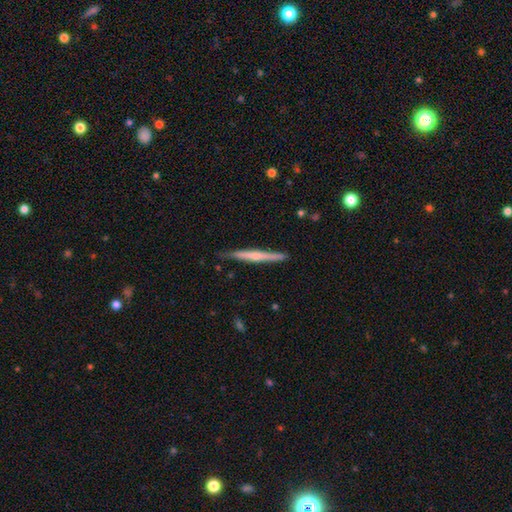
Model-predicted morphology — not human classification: Smooth or featured? Predicted: featured or disk (p=0.56). Edge-on disk? Predicted: yes (p=0.97). Edge-on bulge? Predicted: rounded (p=0.47). Merging? Predicted: none (p=0.84).